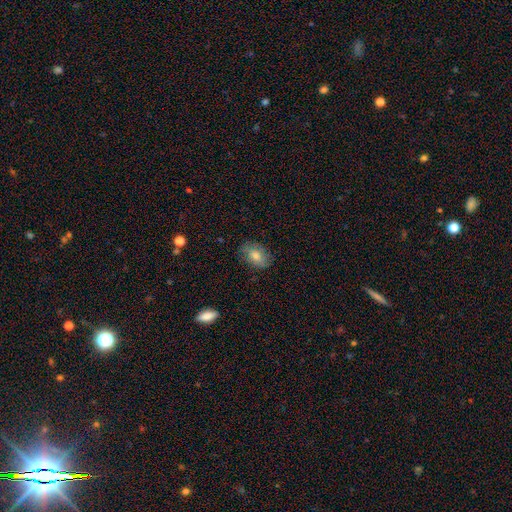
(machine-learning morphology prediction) This is likely a smooth galaxy (72%). How rounded: clearly in between (86%). Merging: clearly none (81%).